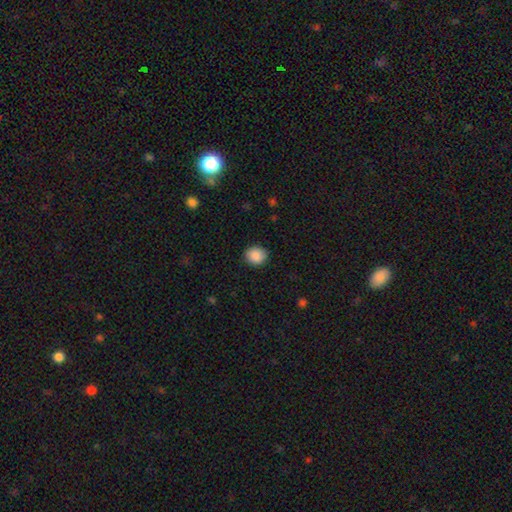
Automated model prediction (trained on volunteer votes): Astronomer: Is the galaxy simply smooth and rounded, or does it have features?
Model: smooth — 89%.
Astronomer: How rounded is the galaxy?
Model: round — 75%.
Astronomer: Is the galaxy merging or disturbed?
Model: none — 87%.